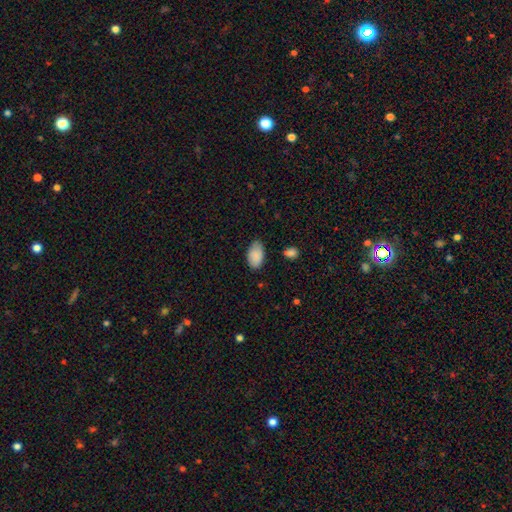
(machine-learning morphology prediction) A smooth galaxy with no disk features (88%) that is in between round and cigar-shaped (94%). Merging: none (73%).